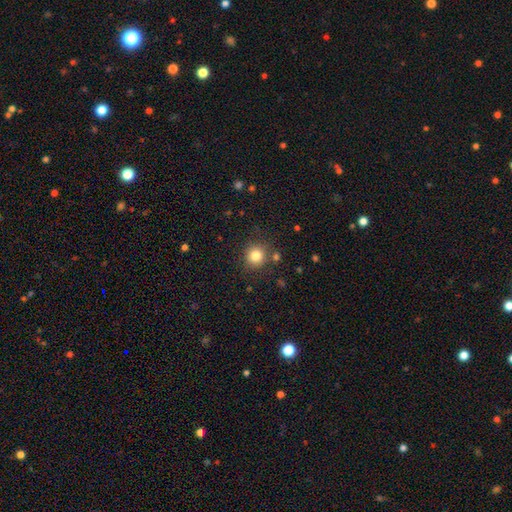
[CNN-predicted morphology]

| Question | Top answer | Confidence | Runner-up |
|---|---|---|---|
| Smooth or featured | smooth | 82% | star or artifact (12%) |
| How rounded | round | 91% | in between (8%) |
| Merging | none | 83% | minor disturbance (8%) |